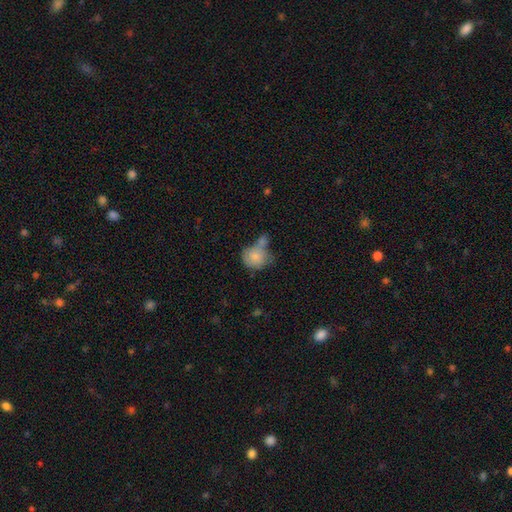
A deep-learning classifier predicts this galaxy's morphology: Smooth or featured?
  - smooth: 80% *
  - featured or disk: 13%
  - star or artifact: 7%
How rounded?
  - round: 69% *
  - in between: 29%
  - cigar-shaped: 1%
Merging?
  - merger: 42% *
  - none: 30%
  - minor disturbance: 18%
  - major disturbance: 10%